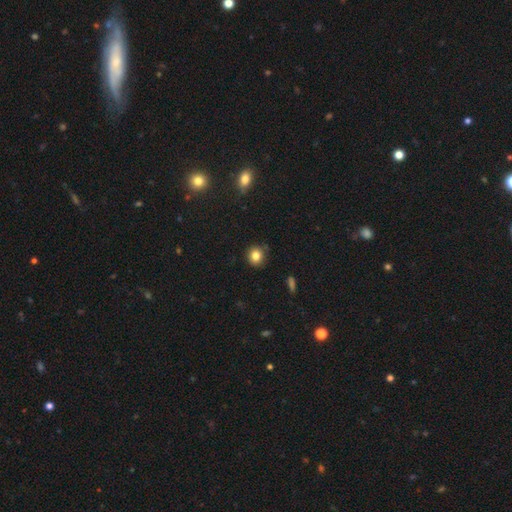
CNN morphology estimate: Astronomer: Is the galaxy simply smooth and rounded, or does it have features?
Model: smooth — 82%.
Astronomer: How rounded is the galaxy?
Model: round — 86%.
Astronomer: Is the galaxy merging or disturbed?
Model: none — 85%.